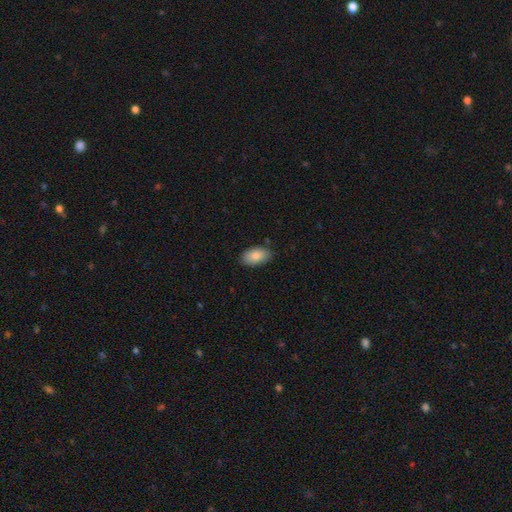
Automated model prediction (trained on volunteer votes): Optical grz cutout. It shows a smooth galaxy with no disk features (85%) that is in between round and cigar-shaped (94%). Merging: none (84%).